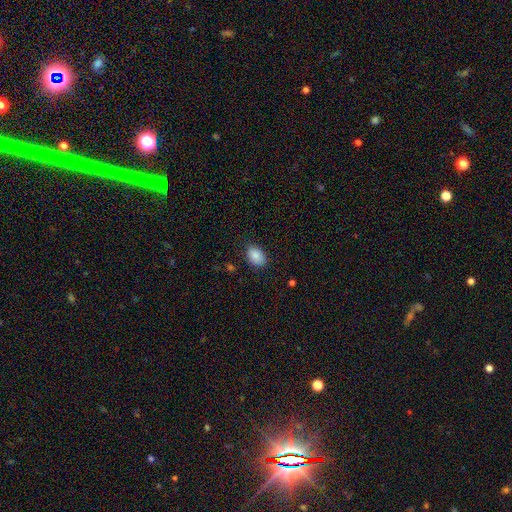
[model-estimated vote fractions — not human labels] Smooth or featured?
  - smooth: 87% *
  - star or artifact: 8%
  - featured or disk: 5%
How rounded?
  - in between: 86% *
  - round: 13%
  - cigar-shaped: 1%
Merging?
  - none: 83% *
  - minor disturbance: 13%
  - major disturbance: 3%
  - merger: 1%